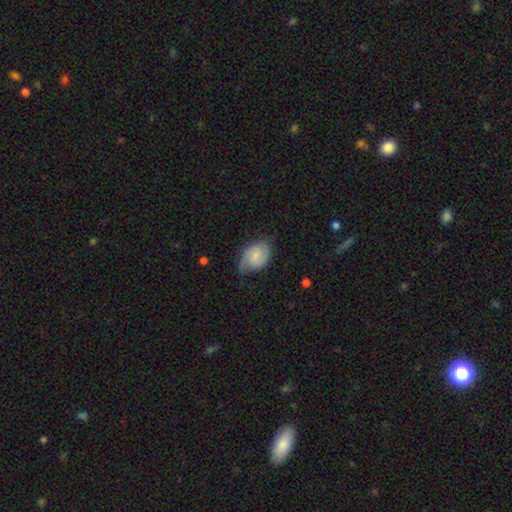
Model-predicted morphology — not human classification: Smooth or featured? featured or disk (48%)
Merging? none (60%)